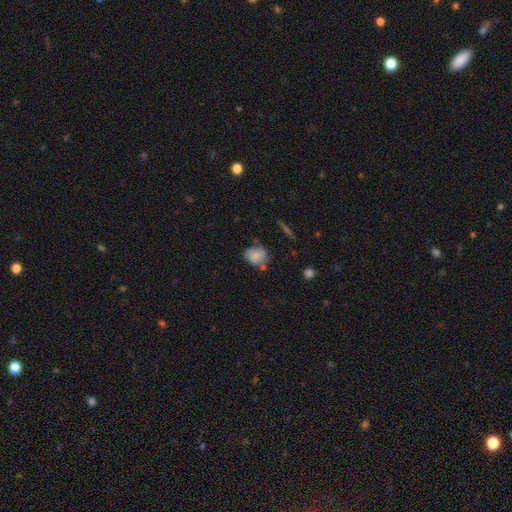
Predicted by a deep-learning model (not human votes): Overall: smooth (77%). How rounded: round (60%; in between 39%). Merging: none (56%; minor disturbance 27%).